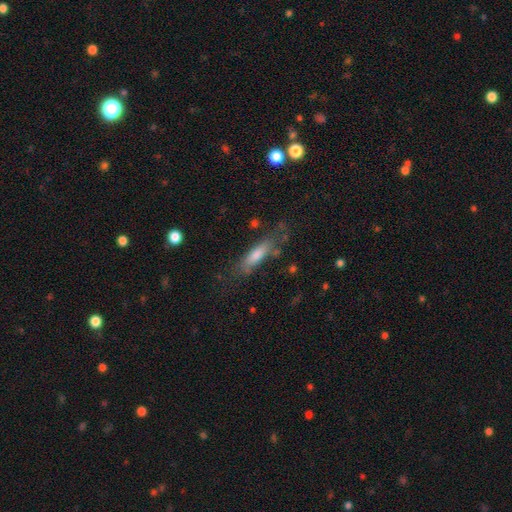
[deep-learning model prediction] smooth_or_featured: smooth (p=0.69) [alt: featured or disk p=0.24]
how_rounded: cigar-shaped (p=0.61) [alt: in between p=0.37]
merging: none (p=0.60) [alt: minor disturbance p=0.24]